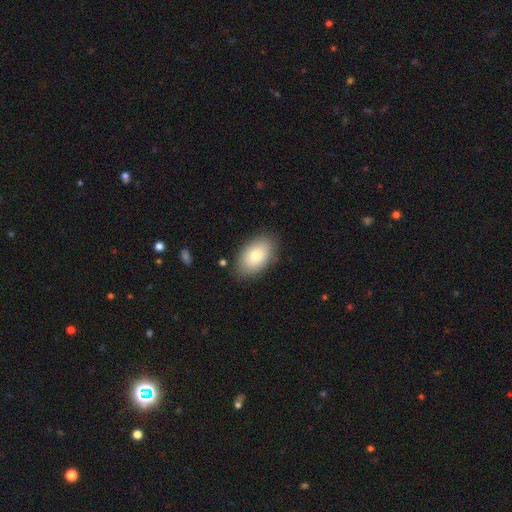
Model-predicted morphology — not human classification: This is likely a smooth galaxy (78%). How rounded: clearly in between (92%). Merging: clearly none (85%).